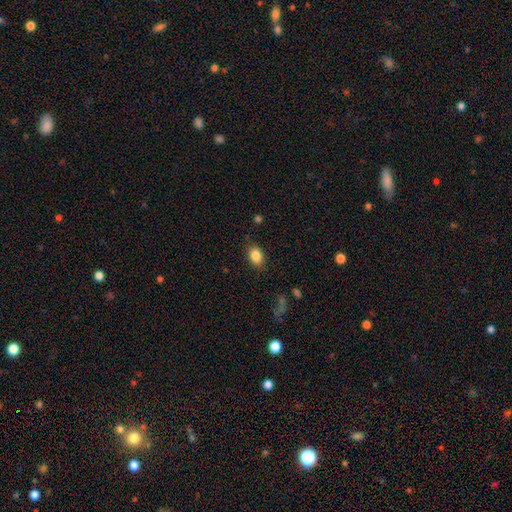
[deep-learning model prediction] Q: Smooth or featured?
A: smooth (86%); runner-up: star or artifact (9%)
Q: How rounded?
A: in between (78%); runner-up: round (20%)
Q: Merging?
A: none (84%); runner-up: minor disturbance (11%)